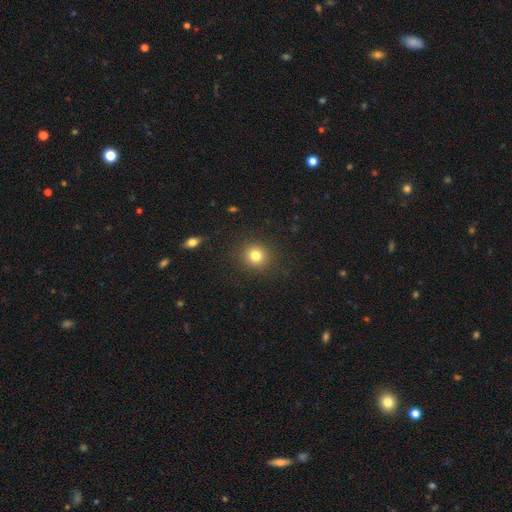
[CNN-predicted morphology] Smooth or featured?
  - smooth: 80% *
  - star or artifact: 13%
  - featured or disk: 7%
How rounded?
  - round: 90% *
  - in between: 9%
  - cigar-shaped: 1%
Merging?
  - none: 90% *
  - minor disturbance: 6%
  - major disturbance: 3%
  - merger: 1%